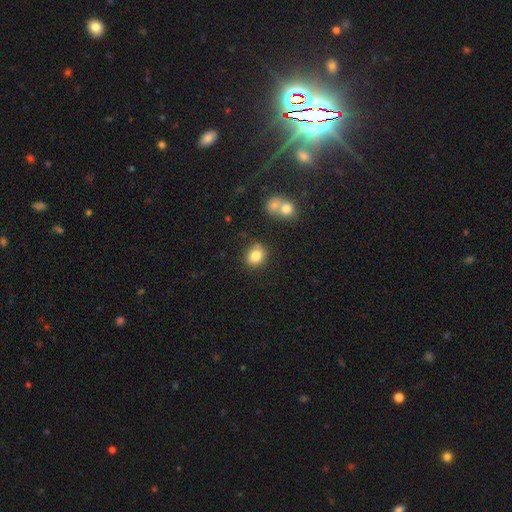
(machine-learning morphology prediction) This is clearly a smooth galaxy (83%). How rounded: likely round (66%). Merging: likely none (76%).